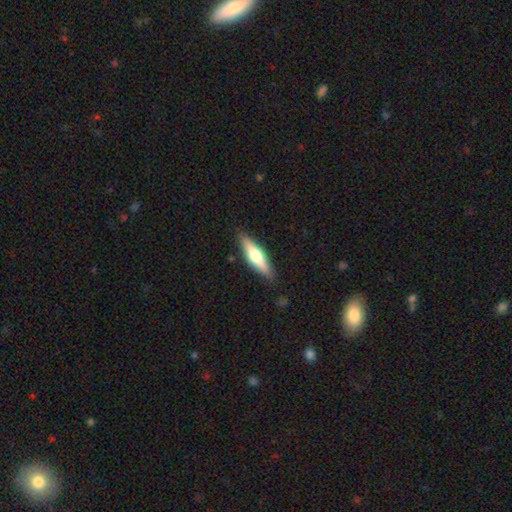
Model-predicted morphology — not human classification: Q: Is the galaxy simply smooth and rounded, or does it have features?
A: featured or disk — 50%.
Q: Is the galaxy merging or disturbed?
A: none — 87%.